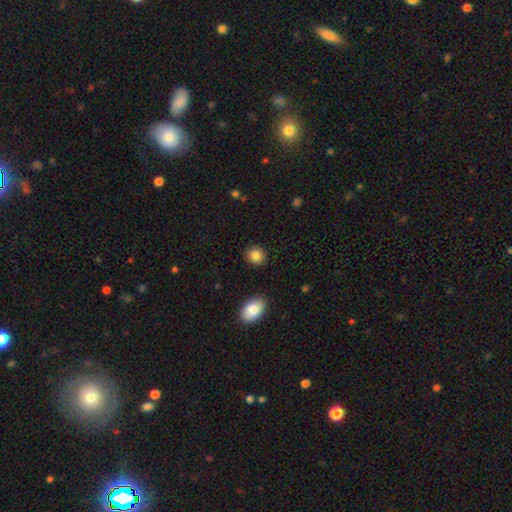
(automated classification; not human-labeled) The model was most divided on "how rounded": round: 83%, in between: 16%, cigar-shaped: 1%. More confident: merging — none (90%); smooth or featured — smooth (85%).